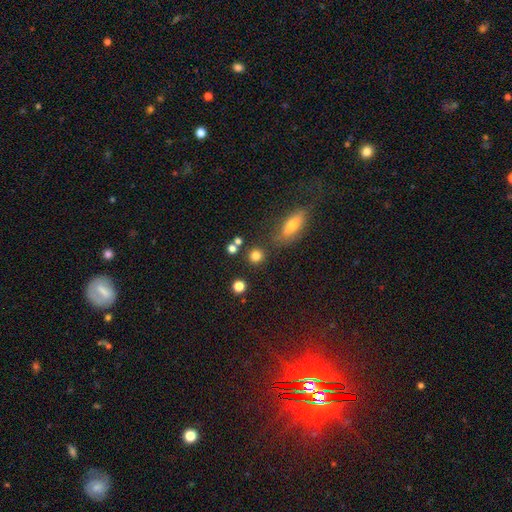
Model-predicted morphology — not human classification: Smooth or featured?
  - smooth: 80% *
  - star or artifact: 13%
  - featured or disk: 7%
How rounded?
  - round: 88% *
  - in between: 10%
  - cigar-shaped: 2%
Merging?
  - none: 80% *
  - merger: 8%
  - minor disturbance: 8%
  - major disturbance: 3%